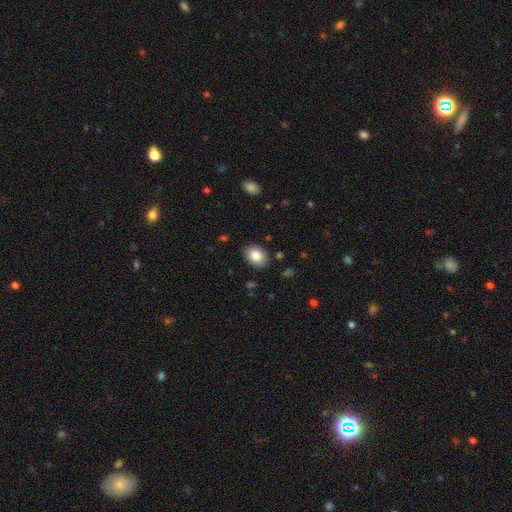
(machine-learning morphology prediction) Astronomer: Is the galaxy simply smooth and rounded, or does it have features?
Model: smooth — 85%.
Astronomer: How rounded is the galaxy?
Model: in between — 76%.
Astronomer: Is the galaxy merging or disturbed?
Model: none — 85%.